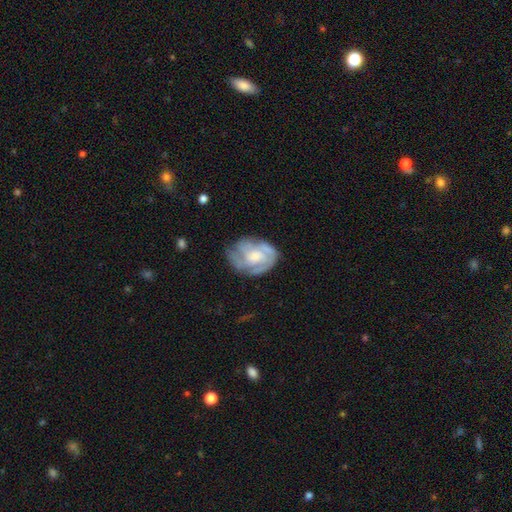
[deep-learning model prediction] Smooth or featured? Predicted: featured or disk (p=0.68). Edge-on disk? Predicted: no (p=0.97). Bar? Predicted: no (p=0.74). Spiral arms? Predicted: yes (p=0.79). Spiral winding? Predicted: tight (p=0.51). Spiral arm count? Predicted: can't tell (p=0.40). Bulge size? Predicted: moderate (p=0.47). Merging? Predicted: none (p=0.59).